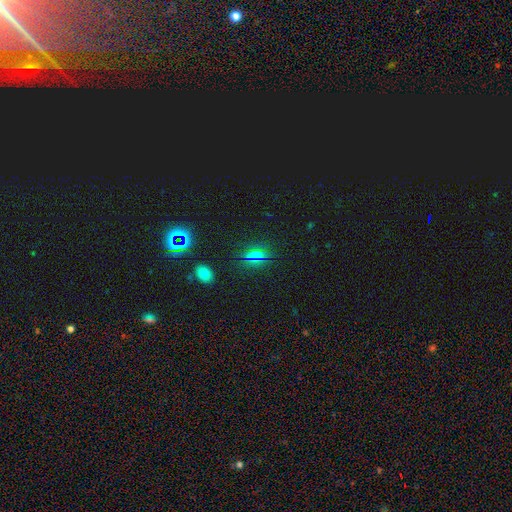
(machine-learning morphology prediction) Smooth or featured? star or artifact (46%)